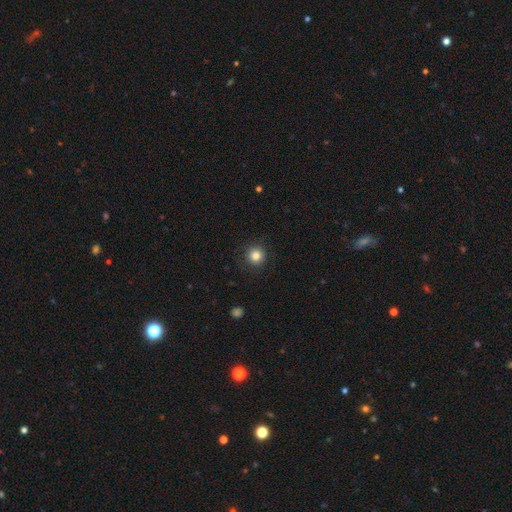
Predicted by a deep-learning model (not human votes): Smooth or featured?
  - smooth: 84% *
  - star or artifact: 11%
  - featured or disk: 5%
How rounded?
  - round: 95% *
  - in between: 5%
  - cigar-shaped: 1%
Merging?
  - none: 88% *
  - minor disturbance: 8%
  - major disturbance: 3%
  - merger: 1%